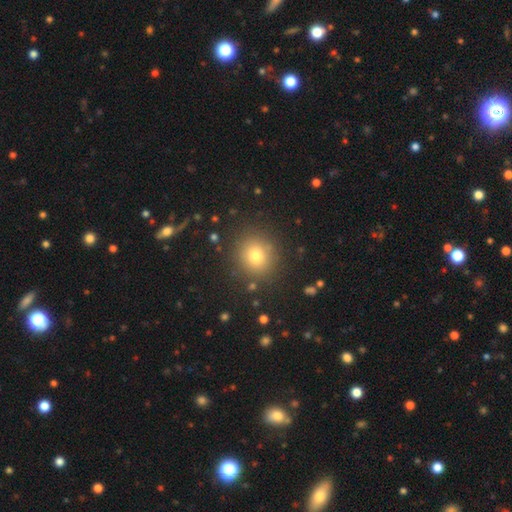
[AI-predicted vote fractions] This is likely a smooth galaxy (75%). How rounded: clearly round (86%). Merging: clearly none (88%).